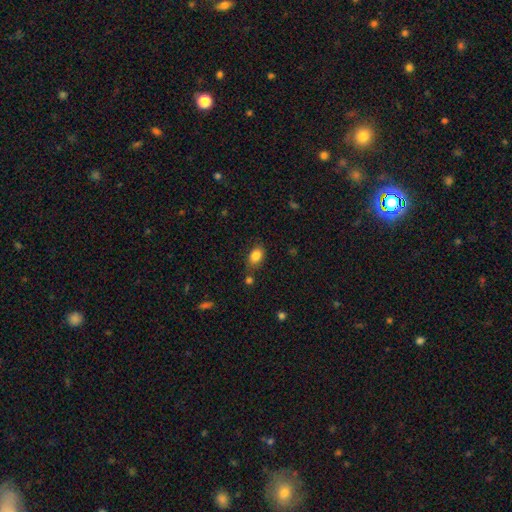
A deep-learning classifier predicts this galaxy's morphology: A smooth galaxy with no disk features (85%) that is in between round and cigar-shaped (83%). Merging: none (74%).